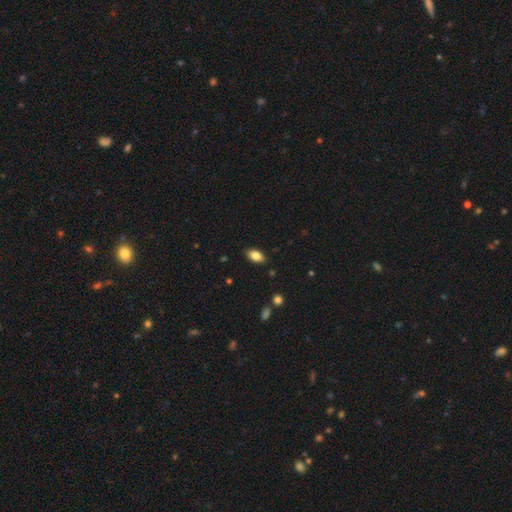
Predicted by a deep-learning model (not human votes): This is clearly a smooth galaxy (81%). How rounded: clearly in between (91%). Merging: clearly none (86%).